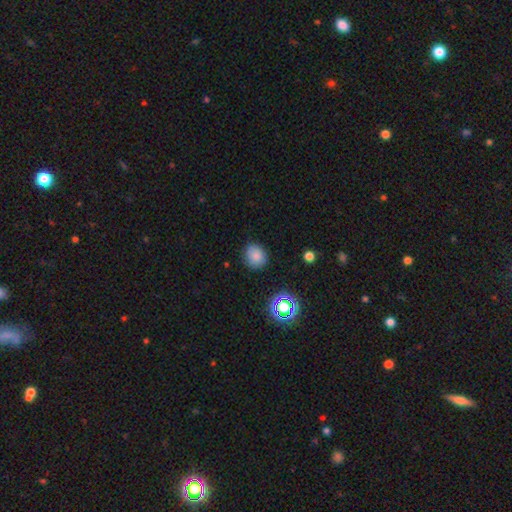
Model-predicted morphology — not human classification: smooth 77%, star or artifact 14%, featured or disk 9%. Down the decision tree: how rounded — round (79%); merging — none (82%).